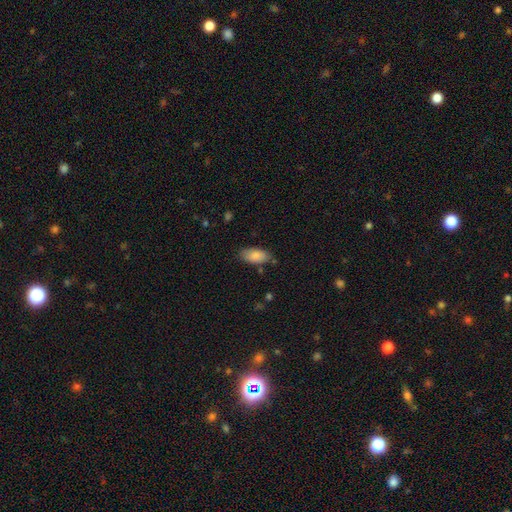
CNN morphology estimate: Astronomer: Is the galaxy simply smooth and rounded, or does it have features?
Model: smooth — 86%.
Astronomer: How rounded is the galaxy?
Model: in between — 91%.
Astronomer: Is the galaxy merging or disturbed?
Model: none — 78%.